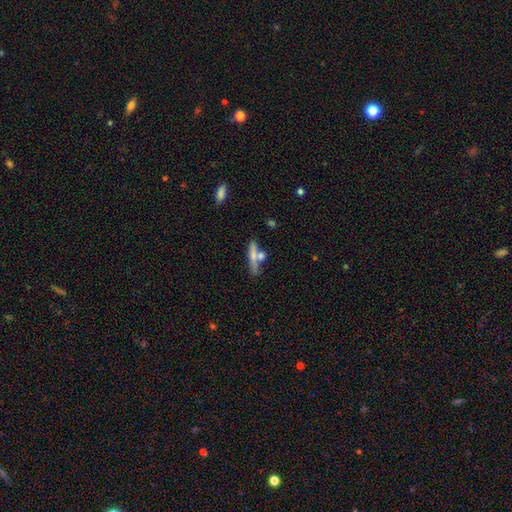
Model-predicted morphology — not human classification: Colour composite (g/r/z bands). It shows a smooth galaxy with no disk features (59%) that is cigar-shaped (77%). Merging: none (50%).